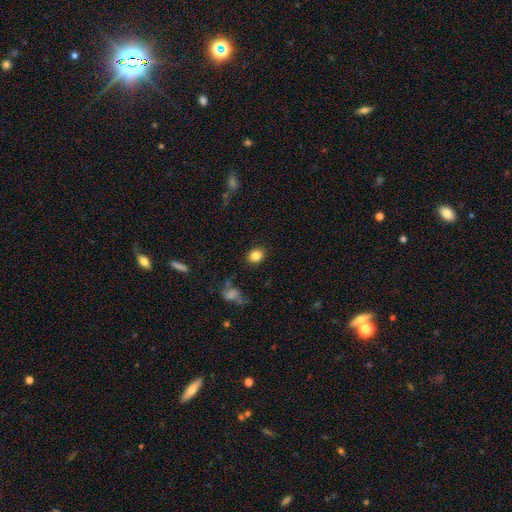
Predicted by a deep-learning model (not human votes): Q: Smooth or featured?
A: smooth (84%); runner-up: star or artifact (10%)
Q: How rounded?
A: round (57%); runner-up: in between (42%)
Q: Merging?
A: none (86%); runner-up: minor disturbance (9%)